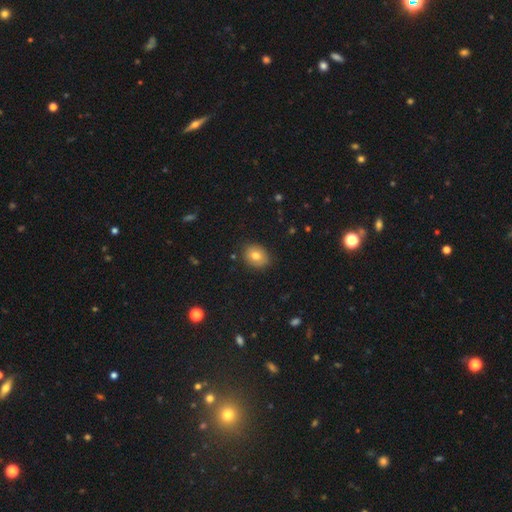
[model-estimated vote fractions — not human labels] smooth-or-featured: smooth: 78% | featured or disk: 12% | star or artifact: 10%
  how-rounded: round: 52% | in between: 47% | cigar-shaped: 1%
  merging: none: 85% | minor disturbance: 12% | major disturbance: 2% | merger: 1%